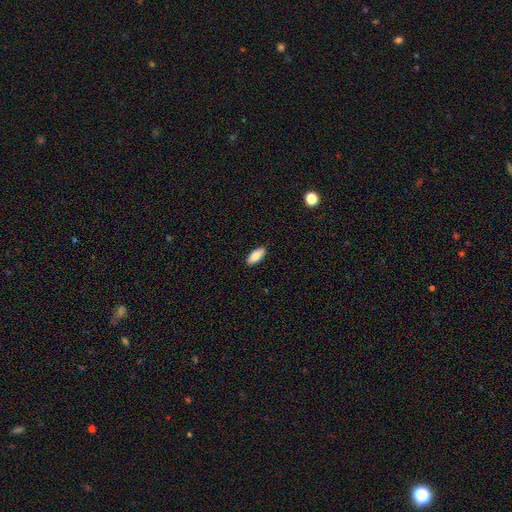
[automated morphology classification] This appears to be a smooth galaxy with no disk features (85%) that is in between round and cigar-shaped (84%). Merging: none (89%).